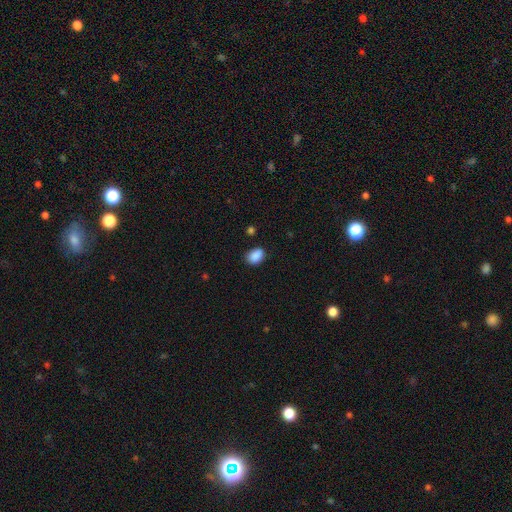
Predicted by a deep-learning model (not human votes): Smooth or featured? smooth (89%)
How rounded? in between (77%)
Merging? none (80%)